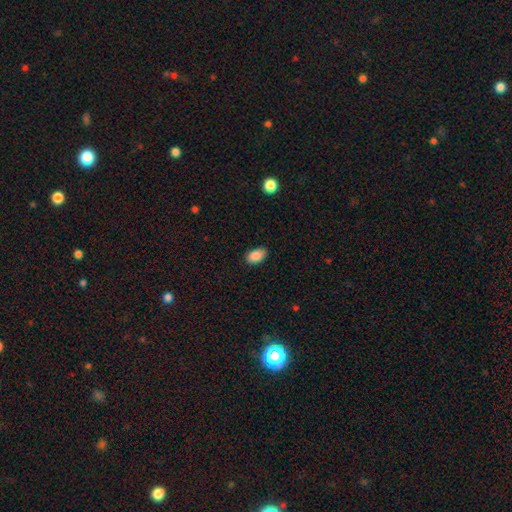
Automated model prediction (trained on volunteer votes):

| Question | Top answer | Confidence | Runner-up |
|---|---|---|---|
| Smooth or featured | smooth | 89% | star or artifact (8%) |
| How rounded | in between | 91% | round (8%) |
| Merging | none | 84% | minor disturbance (12%) |